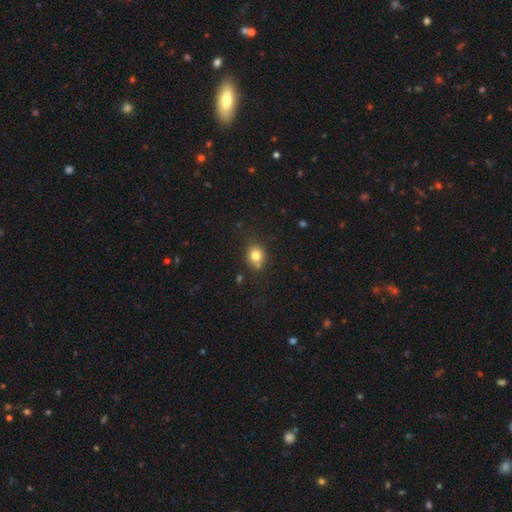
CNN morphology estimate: This is likely a smooth galaxy (79%). How rounded: likely round (73%). Merging: likely none (69%).